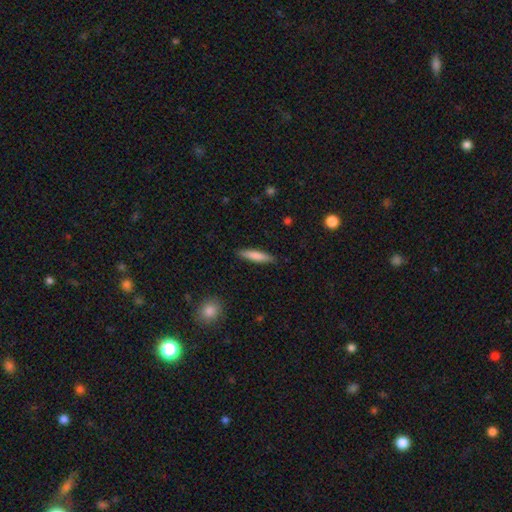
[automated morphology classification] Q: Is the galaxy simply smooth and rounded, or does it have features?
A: smooth — 78%.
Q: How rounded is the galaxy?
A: cigar-shaped — 85%.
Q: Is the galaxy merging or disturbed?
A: none — 88%.